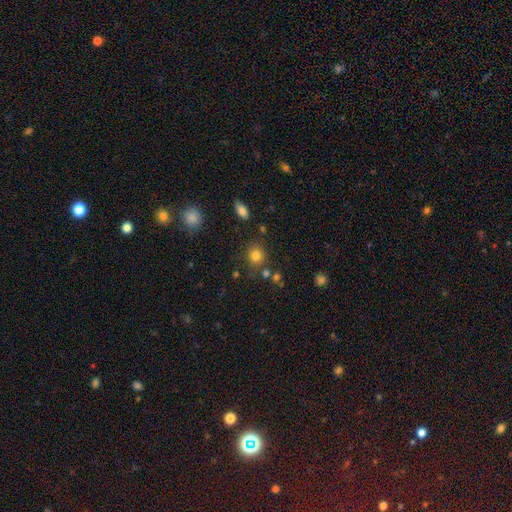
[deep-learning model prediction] The model was most divided on "how rounded": round: 80%, in between: 18%, cigar-shaped: 1%. More confident: smooth or featured — smooth (80%); merging — none (77%).